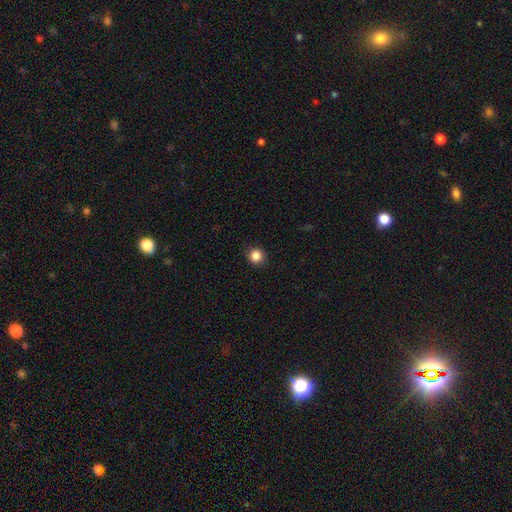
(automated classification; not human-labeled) Morphology: type=smooth (85%); roundness=round (93%); merging=none (91%).